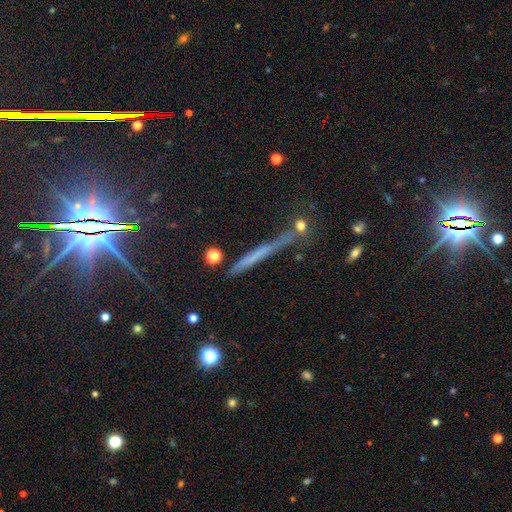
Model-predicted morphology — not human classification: Overall: smooth (42%; featured or disk 39%). Merging: none (74%).